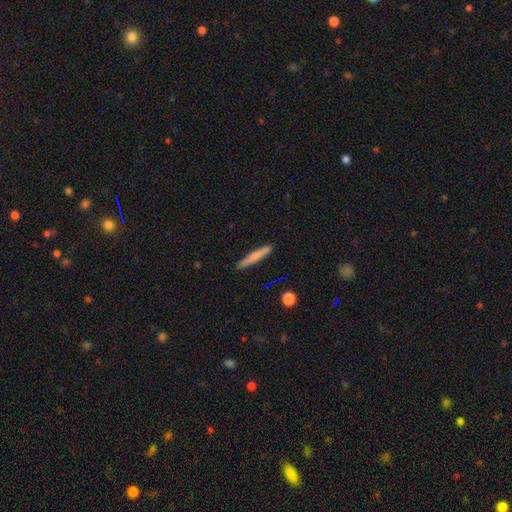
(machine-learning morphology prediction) The model was most divided on "smooth or featured": smooth: 71%, featured or disk: 23%, star or artifact: 6%. More confident: how rounded — cigar-shaped (94%); merging — none (86%).